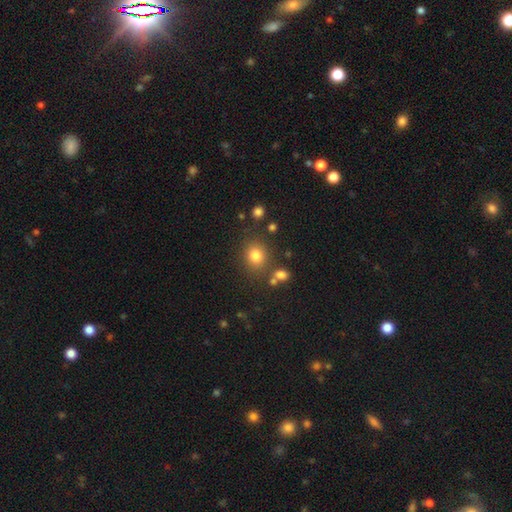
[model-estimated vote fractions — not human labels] smooth 80%, star or artifact 13%, featured or disk 7%. Down the decision tree: how rounded — round (78%); merging — none (79%).